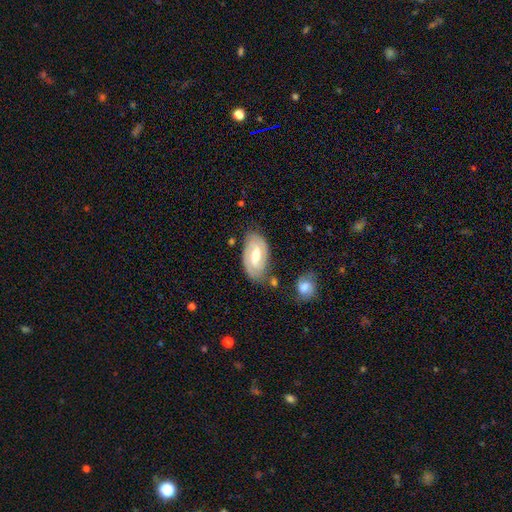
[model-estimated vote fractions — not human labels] A featured or disk galaxy (68%) with a weak bar (53%), 2 (72%) tight (52%) spiral arms (82%) and a moderate central bulge (67%).

Vote fractions:
- Smooth or featured? featured or disk: 68% / smooth: 27% / star or artifact: 6%
- Edge-on disk? no: 94% / yes: 6%
- Bar? weak: 53% / strong: 27% / no: 19%
- Spiral arms? yes: 82% / no: 18%
- Spiral winding? tight: 52% / medium: 37% / loose: 12%
- Spiral arm count? 2: 72% / can't tell: 19% / 1: 4% / 3: 3% / 4: 1% / more than 4: 1%
- Bulge size? moderate: 67% / small: 21% / large: 9% / none: 2% / dominant: 1%
- Merging? none: 73% / minor disturbance: 18% / major disturbance: 5% / merger: 4%